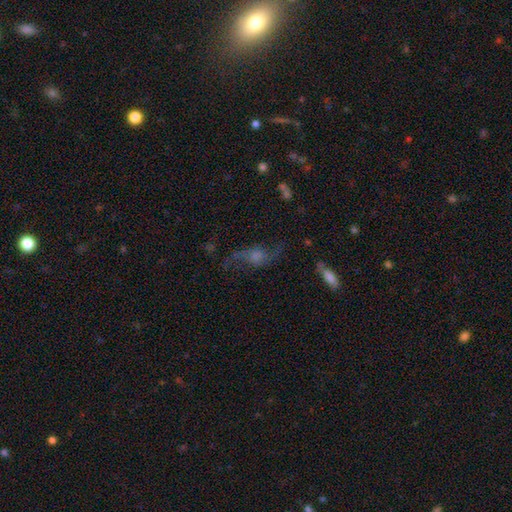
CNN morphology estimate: A featured or disk galaxy (69%) with no bar (67%), 2 (90%) loose (85%) spiral arms (88%) and a moderate central bulge (35%).

Vote fractions:
- Smooth or featured? featured or disk: 69% / smooth: 16% / star or artifact: 15%
- Edge-on disk? no: 82% / yes: 18%
- Bar? no: 67% / weak: 26% / strong: 7%
- Spiral arms? yes: 88% / no: 12%
- Spiral winding? loose: 85% / medium: 11% / tight: 3%
- Spiral arm count? 2: 90% / can't tell: 3% / 1: 3% / 3: 1% / 4: 1% / more than 4: 1%
- Bulge size? moderate: 35% / small: 26% / large: 18% / none: 17% / dominant: 5%
- Merging? none: 65% / minor disturbance: 17% / major disturbance: 15% / merger: 3%